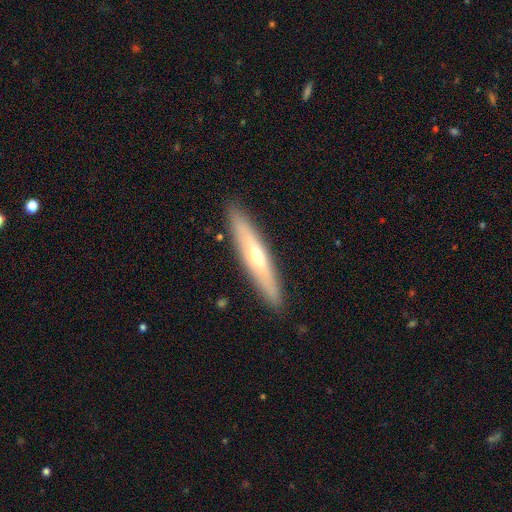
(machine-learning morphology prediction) Smooth or featured? Predicted: featured or disk (p=0.53). Edge-on disk? Predicted: yes (p=0.86). Merging? Predicted: none (p=0.91).